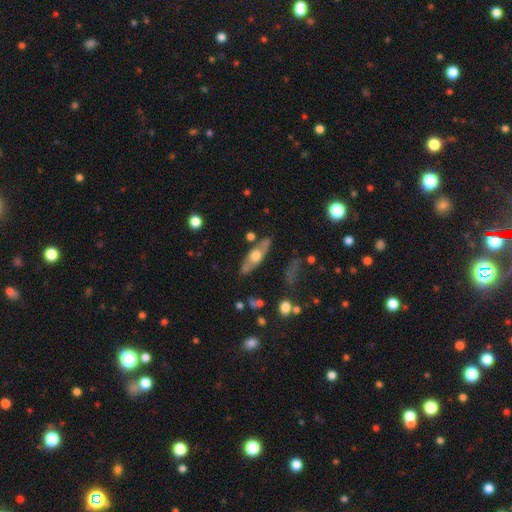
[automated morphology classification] Q: Smooth or featured?
A: featured or disk (53%); runner-up: smooth (41%)
Q: Edge-on disk?
A: yes (64%); runner-up: no (36%)
Q: Merging?
A: none (78%); runner-up: minor disturbance (14%)